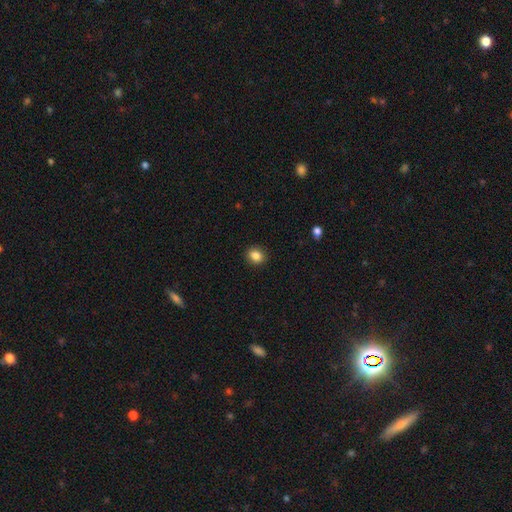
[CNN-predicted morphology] Smooth or featured? Predicted: smooth (p=0.86). How rounded? Predicted: round (p=0.59). Merging? Predicted: none (p=0.91).